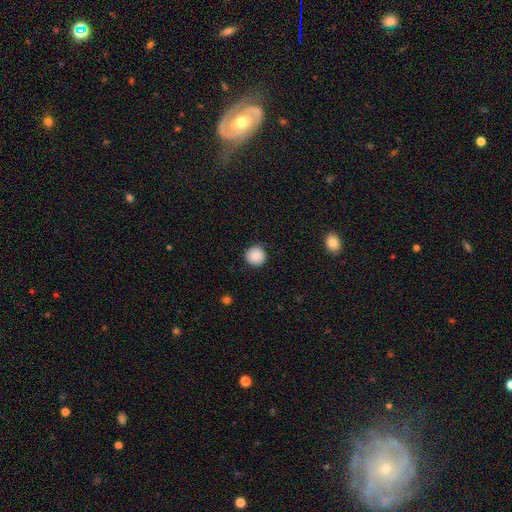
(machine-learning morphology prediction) smooth 86%, star or artifact 9%, featured or disk 5%. Down the decision tree: how rounded — round (94%); merging — none (85%).